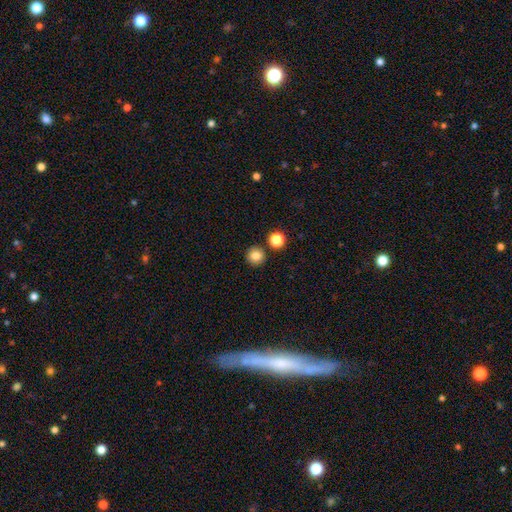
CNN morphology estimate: Smooth or featured? smooth (83%)
How rounded? round (95%)
Merging? none (87%)